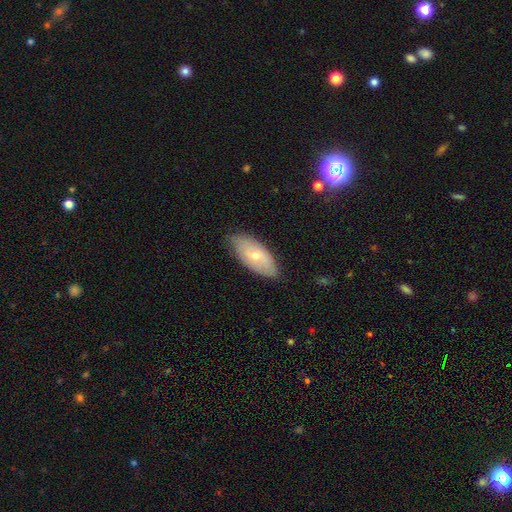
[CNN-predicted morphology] Smooth or featured: smooth — 54% (featured or disk — 40%)
How rounded: in between — 90% (cigar-shaped — 8%)
Merging: none — 79% (minor disturbance — 17%)